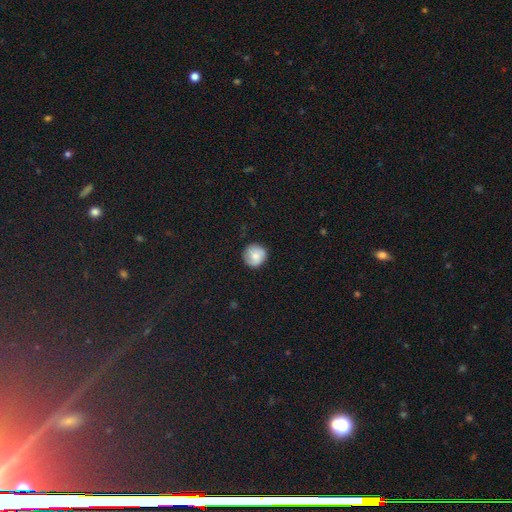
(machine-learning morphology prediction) Smooth or featured: smooth — 79% (featured or disk — 13%)
How rounded: round — 94% (in between — 5%)
Merging: none — 86% (minor disturbance — 11%)